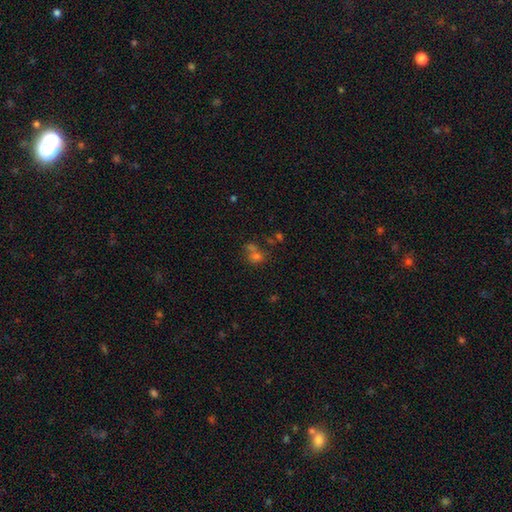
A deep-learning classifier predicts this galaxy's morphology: smooth_or_featured: smooth (p=0.58) [alt: star or artifact p=0.28]
how_rounded: round (p=0.73) [alt: in between p=0.25]
merging: none (p=0.44) [alt: merger p=0.41]